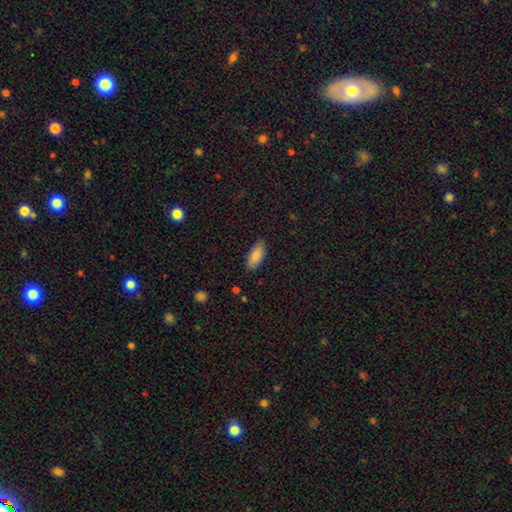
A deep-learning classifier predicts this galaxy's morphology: This is clearly a smooth galaxy (88%). How rounded: clearly in between (87%). Merging: clearly none (83%).